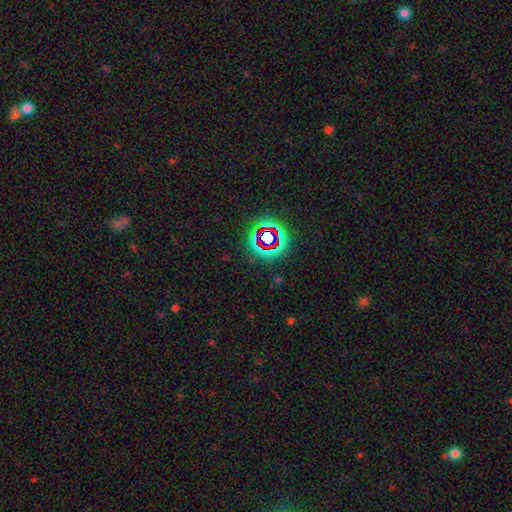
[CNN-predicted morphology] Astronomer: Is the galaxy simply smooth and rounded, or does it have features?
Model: star or artifact — 65%.